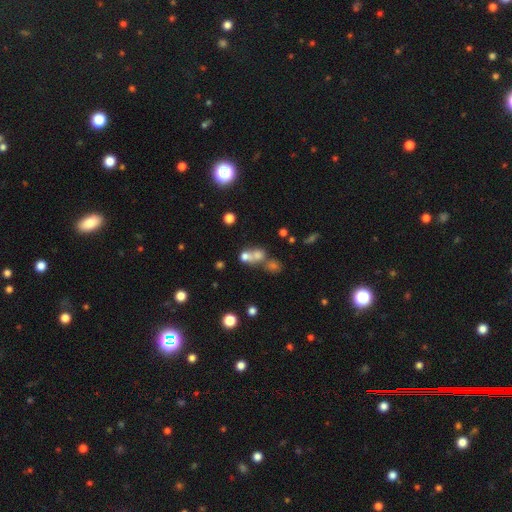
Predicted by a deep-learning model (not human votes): smooth-or-featured: smooth: 64% | star or artifact: 19% | featured or disk: 18%
  how-rounded: round: 70% | in between: 28% | cigar-shaped: 2%
  merging: merger: 60% | none: 29% | minor disturbance: 6% | major disturbance: 5%